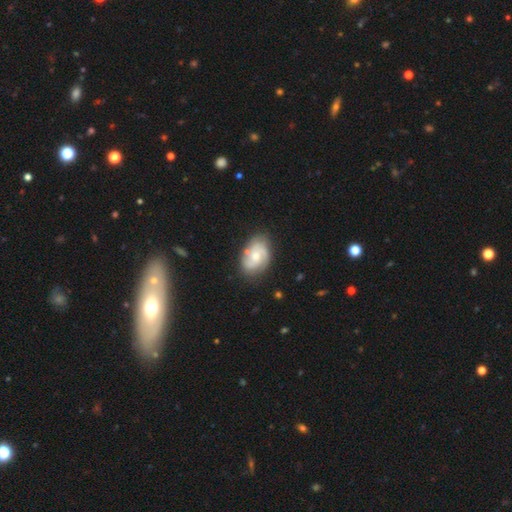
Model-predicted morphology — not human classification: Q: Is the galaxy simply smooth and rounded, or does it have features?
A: featured or disk — 71%.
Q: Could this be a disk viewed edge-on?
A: no — 97%.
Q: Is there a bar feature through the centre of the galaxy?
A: no — 64%.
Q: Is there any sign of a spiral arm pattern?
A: yes — 93%.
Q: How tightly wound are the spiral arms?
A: medium — 44%.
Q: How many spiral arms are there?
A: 2 — 52%.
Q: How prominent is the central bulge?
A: moderate — 55%.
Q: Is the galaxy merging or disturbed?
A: none — 74%.